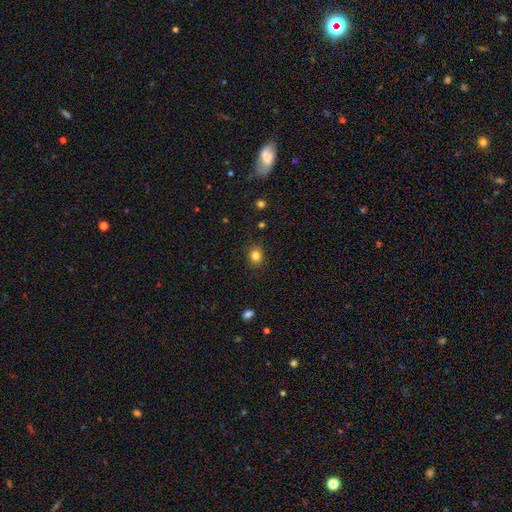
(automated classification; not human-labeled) smooth-or-featured: smooth: 84% | star or artifact: 11% | featured or disk: 5%
  how-rounded: round: 69% | in between: 30% | cigar-shaped: 1%
  merging: none: 88% | minor disturbance: 9% | major disturbance: 2% | merger: 1%